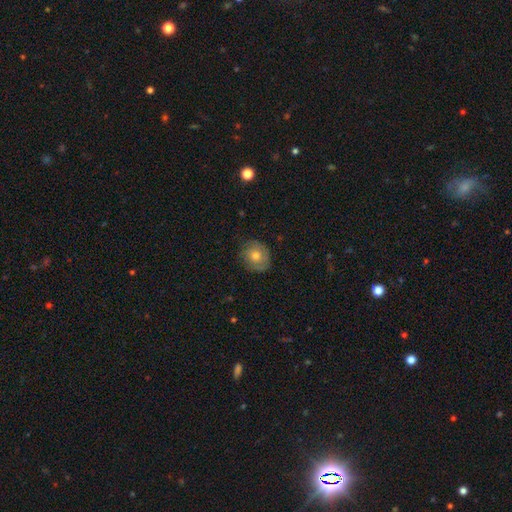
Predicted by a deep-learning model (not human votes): This is possibly a smooth galaxy (60%). How rounded: likely round (72%). Merging: likely none (77%).